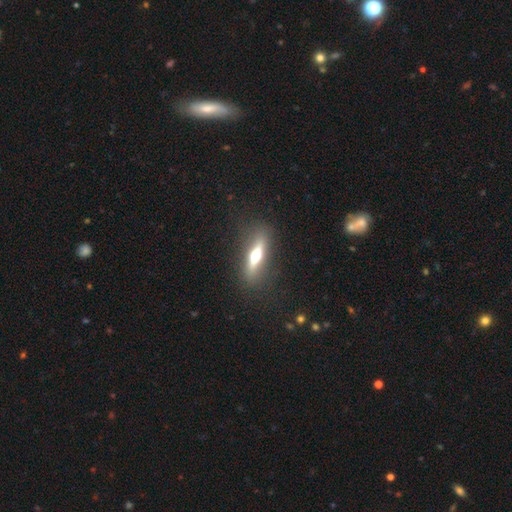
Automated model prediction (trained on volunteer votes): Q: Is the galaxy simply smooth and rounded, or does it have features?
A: featured or disk — 58%.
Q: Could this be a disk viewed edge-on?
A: yes — 87%.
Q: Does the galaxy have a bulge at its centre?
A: rounded — 94%.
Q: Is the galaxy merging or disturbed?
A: none — 86%.